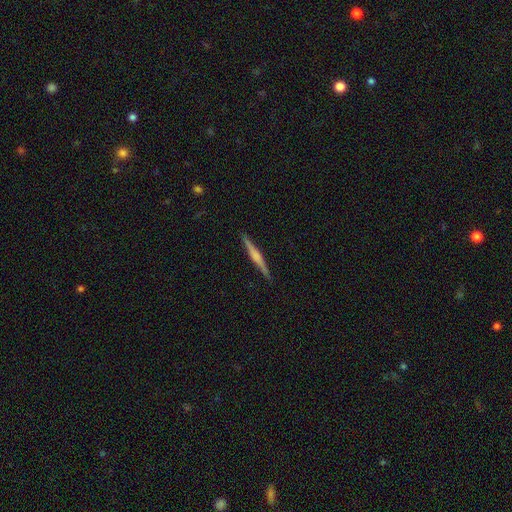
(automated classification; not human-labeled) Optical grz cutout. It shows a featured or disk galaxy (61%) viewed edge-on (98%) with a rounded central bulge (52%). Merging: none (91%).